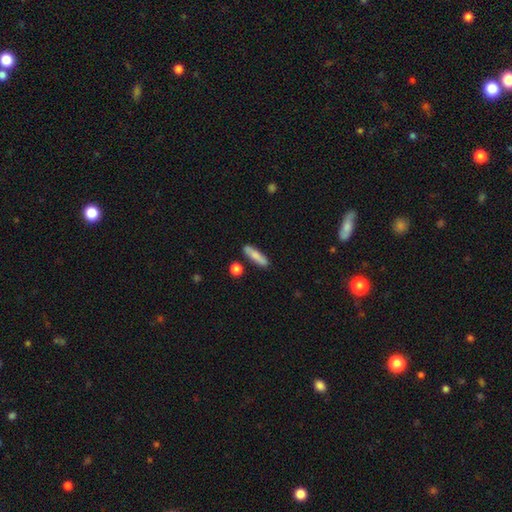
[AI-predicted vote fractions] The model was most divided on "how rounded": cigar-shaped: 75%, in between: 22%, round: 3%. More confident: merging — none (82%); smooth or featured — smooth (79%).